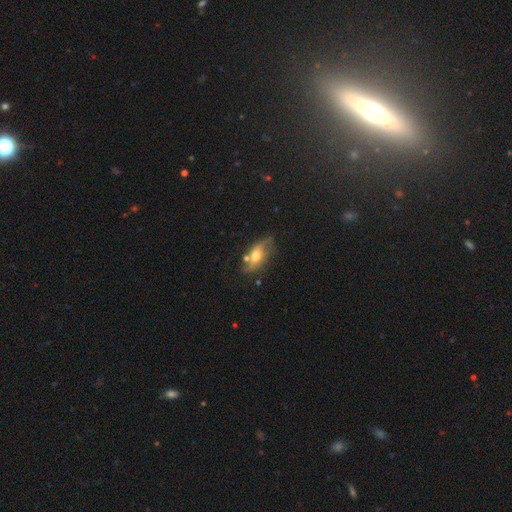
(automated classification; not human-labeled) This appears to be a featured or disk galaxy (56%). Merging: none (59%).